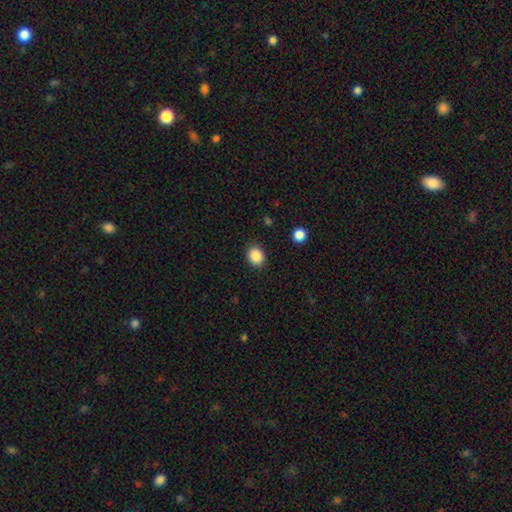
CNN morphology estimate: Overall: smooth (88%). How rounded: round (64%; in between 35%). Merging: none (88%).